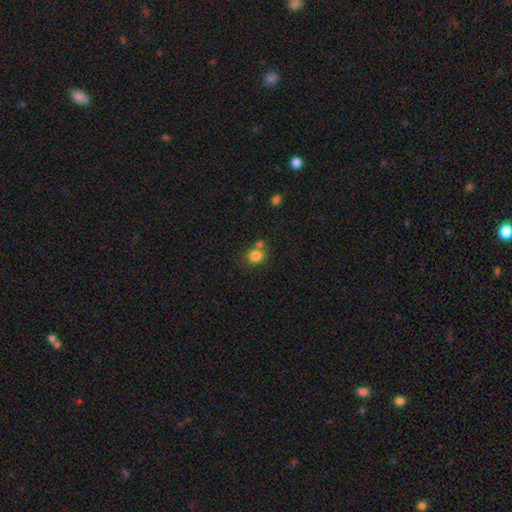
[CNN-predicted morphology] Smooth or featured: smooth — 82% (star or artifact — 11%)
How rounded: round — 73% (in between — 26%)
Merging: none — 57% (merger — 27%)